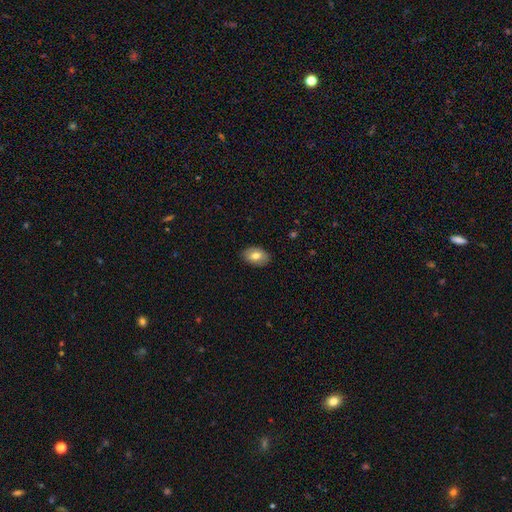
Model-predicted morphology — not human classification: A smooth galaxy with no disk features (76%) that is in between round and cigar-shaped (87%).

Vote fractions:
- Smooth or featured? smooth: 76% / featured or disk: 17% / star or artifact: 7%
- How rounded? in between: 87% / round: 11% / cigar-shaped: 1%
- Merging? none: 88% / minor disturbance: 9% / major disturbance: 2% / merger: 1%